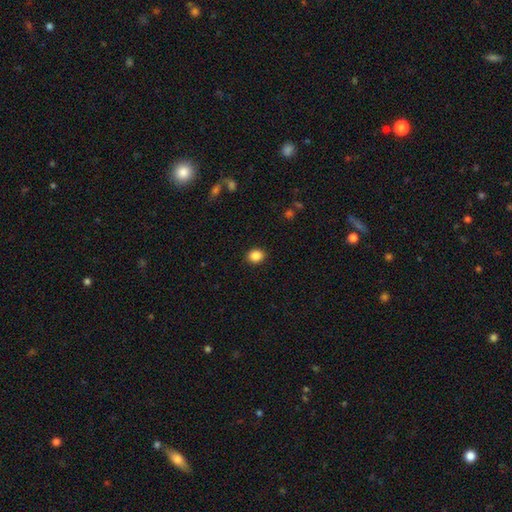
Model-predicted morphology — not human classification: This is clearly a smooth galaxy (87%). How rounded: likely round (63%). Merging: clearly none (90%).